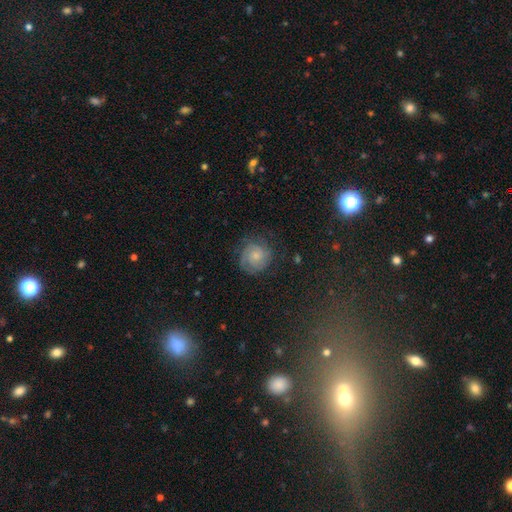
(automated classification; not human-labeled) Smooth or featured: featured or disk — 46% (smooth — 44%)
Merging: none — 70% (minor disturbance — 19%)